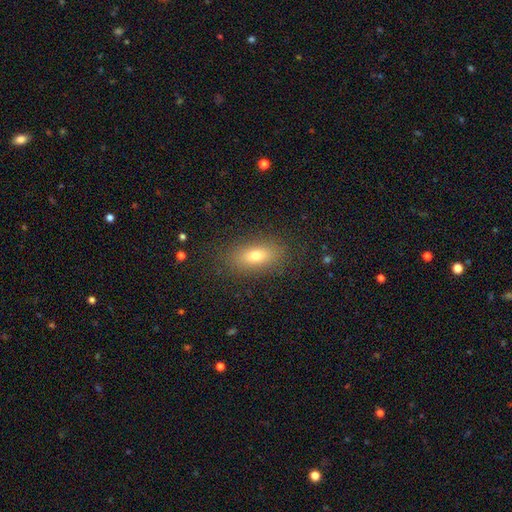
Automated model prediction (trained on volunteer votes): This appears to be a smooth galaxy with no disk features (74%) that is in between round and cigar-shaped (81%). Merging: none (85%).